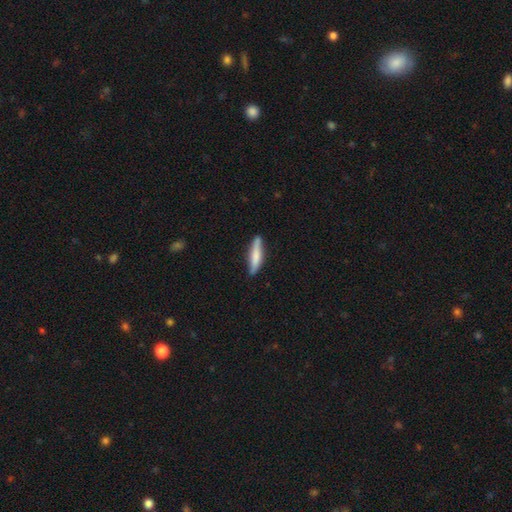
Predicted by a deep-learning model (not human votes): Morphology: type=smooth (67%); roundness=cigar-shaped (82%); merging=none (79%).